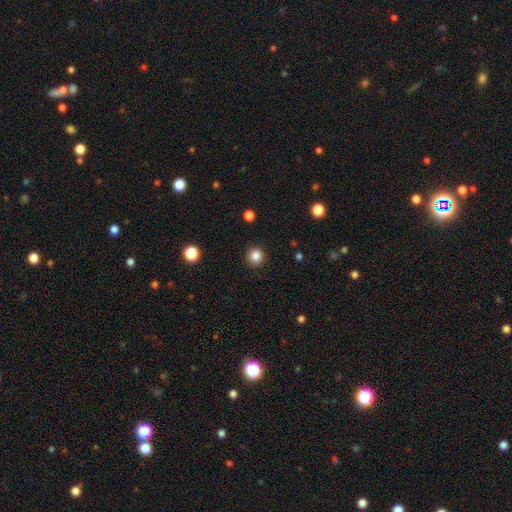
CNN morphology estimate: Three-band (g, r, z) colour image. It shows a smooth galaxy with no disk features (84%) that is round (92%). Merging: none (92%).